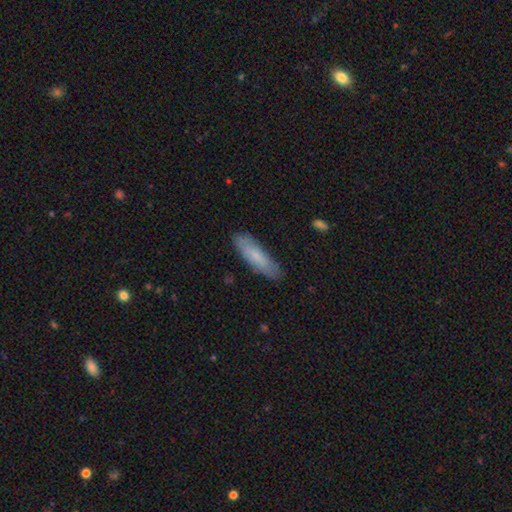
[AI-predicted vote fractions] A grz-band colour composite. It shows a smooth galaxy with no disk features (73%) that is cigar-shaped (61%). Merging: none (82%).